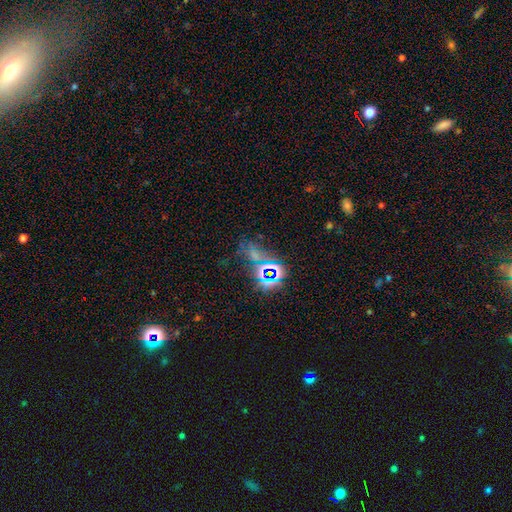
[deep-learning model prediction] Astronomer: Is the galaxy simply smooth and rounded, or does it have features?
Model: star or artifact — 66%.